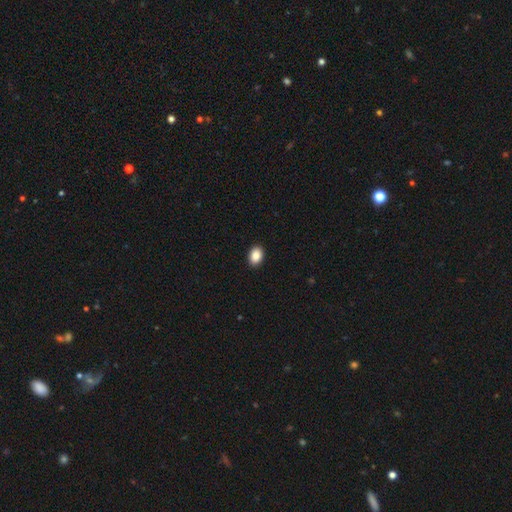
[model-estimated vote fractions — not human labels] Morphology: type=smooth (87%); roundness=in between (80%); merging=none (91%).